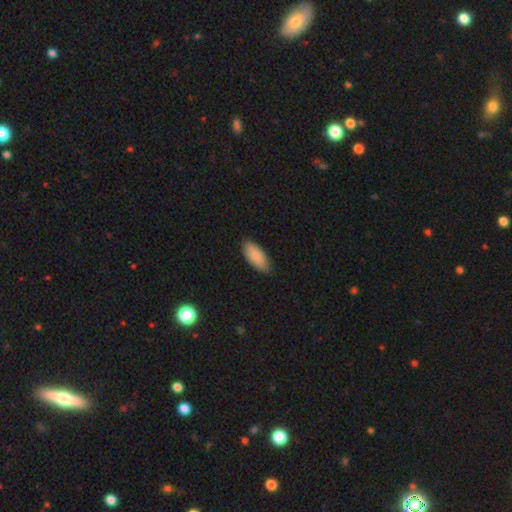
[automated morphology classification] The model was most divided on "merging": none: 83%, minor disturbance: 14%, major disturbance: 2%, merger: 1%. More confident: how rounded — in between (89%); smooth or featured — smooth (86%).